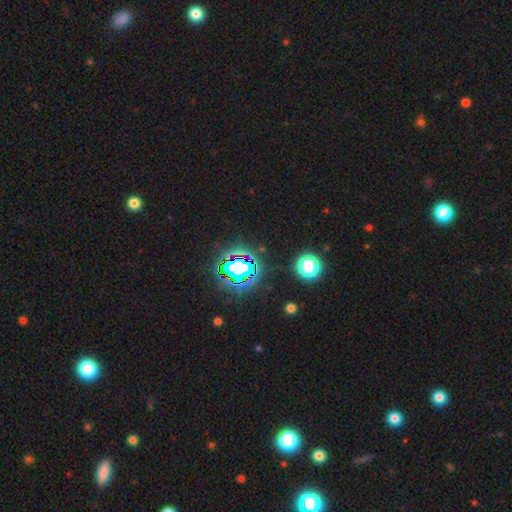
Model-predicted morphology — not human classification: The model was most divided on "smooth or featured": star or artifact: 80%, smooth: 13%, featured or disk: 7%.